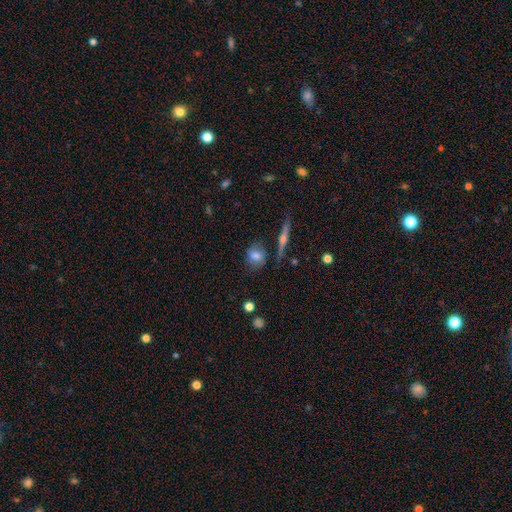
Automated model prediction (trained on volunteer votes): This appears to be a smooth galaxy with no disk features (71%) that is round (60%). Merging: none (72%).